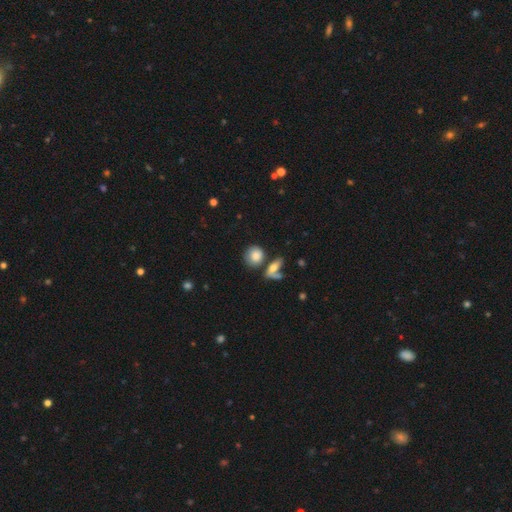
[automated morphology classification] Overall: smooth (80%). How rounded: round (73%). Merging: none (59%; merger 21%).